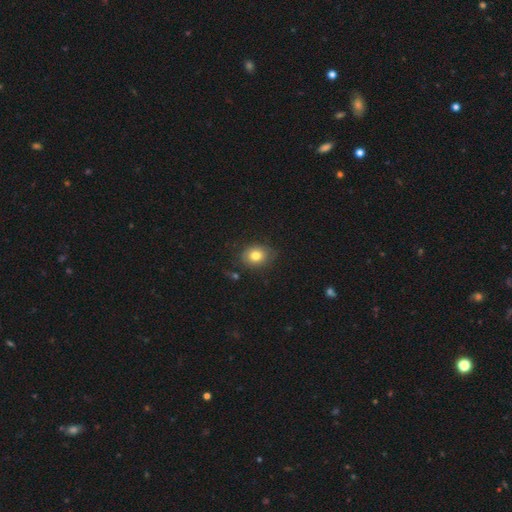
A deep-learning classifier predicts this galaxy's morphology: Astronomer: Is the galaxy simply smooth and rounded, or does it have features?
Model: smooth — 78%.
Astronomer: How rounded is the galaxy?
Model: round — 56% (runner-up: in between, 43%).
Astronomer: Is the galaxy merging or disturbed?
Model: none — 79%.